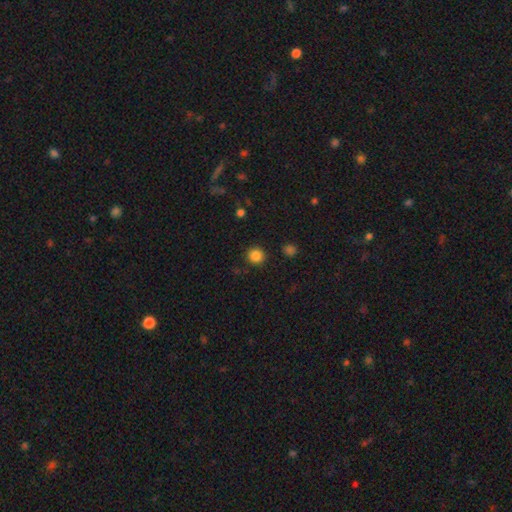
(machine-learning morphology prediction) smooth 85%, star or artifact 12%, featured or disk 3%. Down the decision tree: how rounded — round (93%); merging — none (90%).